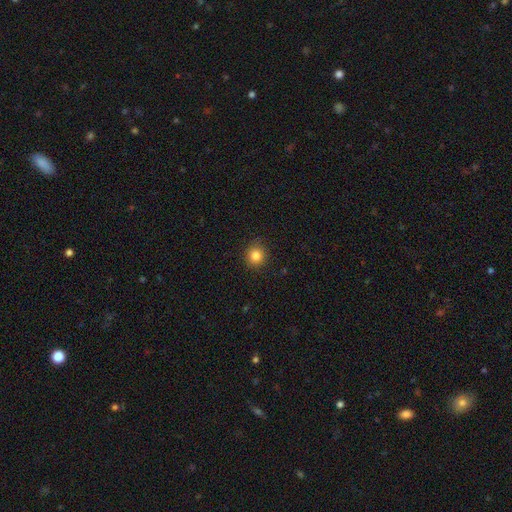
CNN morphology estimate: Overall: smooth (84%). How rounded: round (90%). Merging: none (88%).